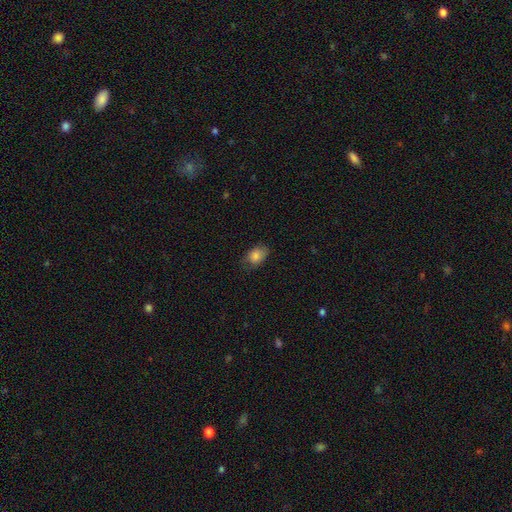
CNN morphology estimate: Smooth or featured? Predicted: smooth (p=0.83). How rounded? Predicted: in between (p=0.81). Merging? Predicted: none (p=0.68).